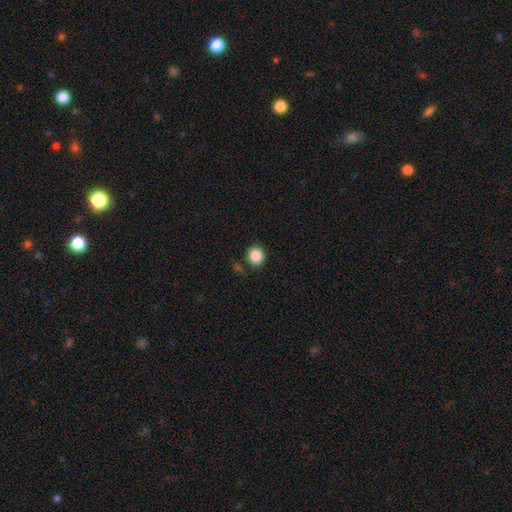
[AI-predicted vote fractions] Q: Smooth or featured?
A: smooth (87%); runner-up: star or artifact (10%)
Q: How rounded?
A: round (87%); runner-up: in between (12%)
Q: Merging?
A: none (82%); runner-up: minor disturbance (10%)